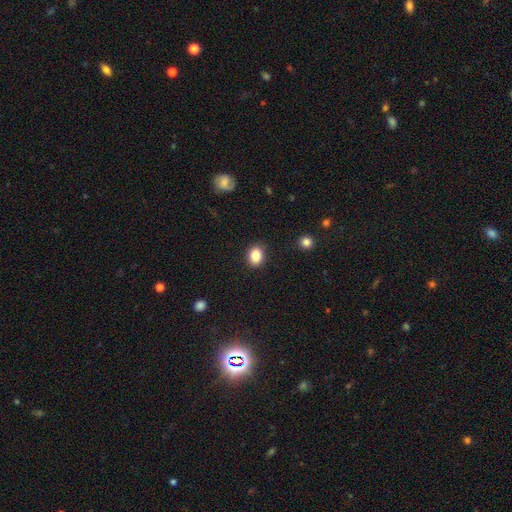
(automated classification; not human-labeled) smooth_or_featured: smooth (p=0.86) [alt: star or artifact p=0.09]
how_rounded: in between (p=0.61) [alt: round p=0.38]
merging: none (p=0.89) [alt: minor disturbance p=0.08]